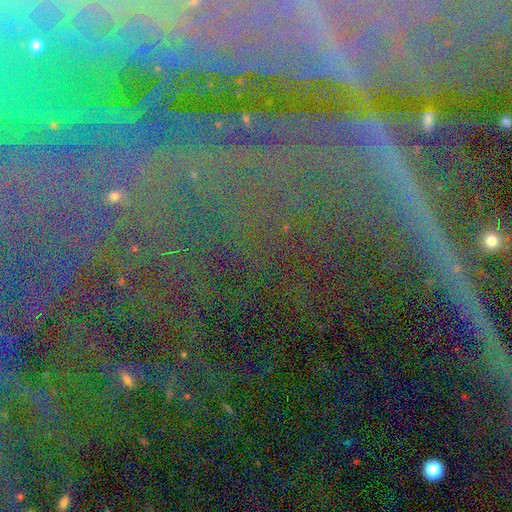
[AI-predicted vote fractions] Overall: star or artifact (82%).